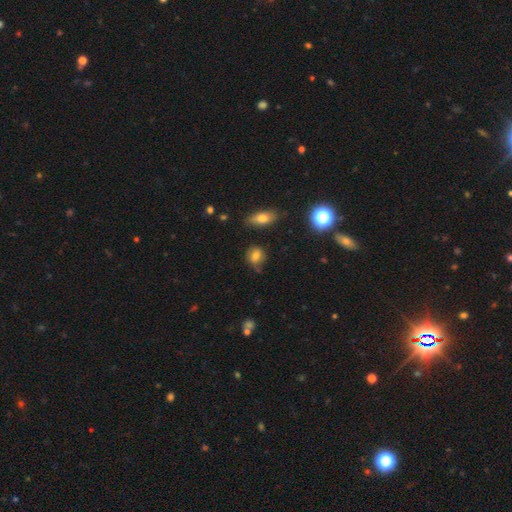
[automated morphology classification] A smooth galaxy with no disk features (73%) that is round (61%).

Vote fractions:
- Smooth or featured? smooth: 73% / star or artifact: 14% / featured or disk: 13%
- How rounded? round: 61% / in between: 37% / cigar-shaped: 2%
- Merging? none: 66% / minor disturbance: 23% / major disturbance: 6% / merger: 4%